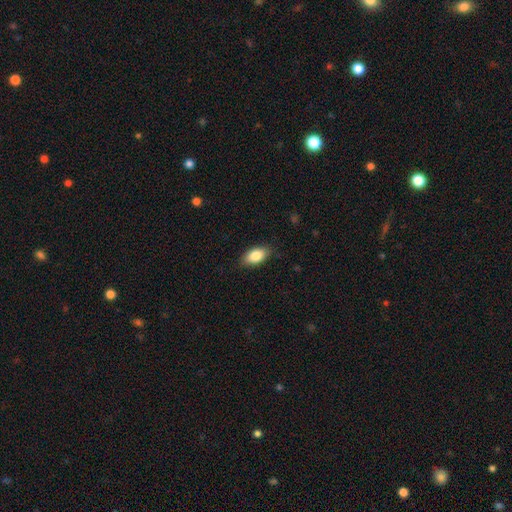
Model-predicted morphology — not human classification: This is clearly a smooth galaxy (84%). How rounded: clearly in between (91%). Merging: clearly none (84%).